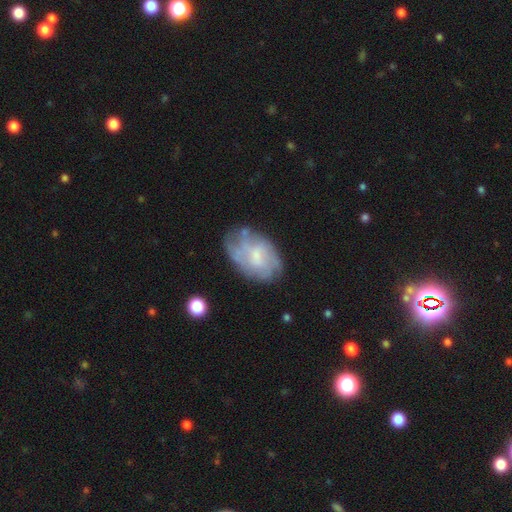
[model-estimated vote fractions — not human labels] Overall: featured or disk (57%; smooth 35%). Edge-on disk: no (96%). Bar: no (56%; weak 38%). Spiral arms: yes (61%; no 39%). Bulge size: small (47%; moderate 31%). Merging: none (59%; minor disturbance 26%).